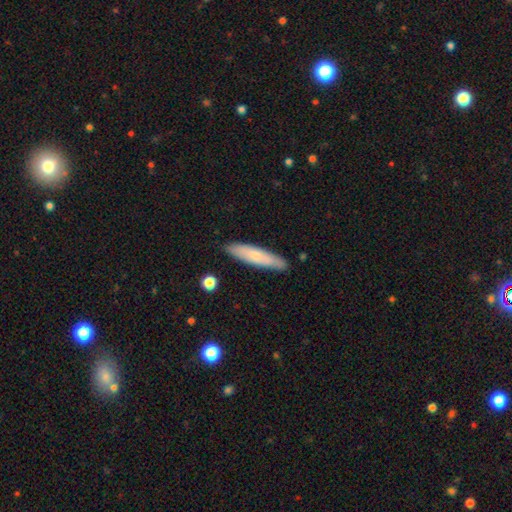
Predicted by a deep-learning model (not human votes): Smooth or featured: smooth — 66% (featured or disk — 28%)
How rounded: cigar-shaped — 82% (in between — 16%)
Merging: none — 86% (minor disturbance — 11%)